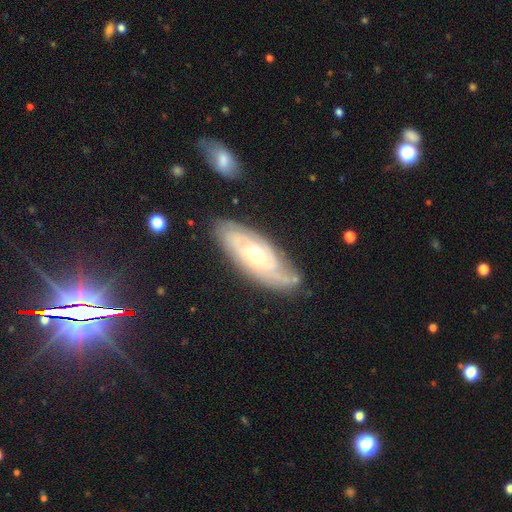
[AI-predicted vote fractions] Smooth or featured? Predicted: featured or disk (p=0.79). Edge-on disk? Predicted: no (p=0.86). Bar? Predicted: no (p=0.72). Spiral arms? Predicted: yes (p=0.89). Spiral winding? Predicted: tight (p=0.67). Spiral arm count? Predicted: can't tell (p=0.47). Bulge size? Predicted: moderate (p=0.64). Merging? Predicted: none (p=0.74).